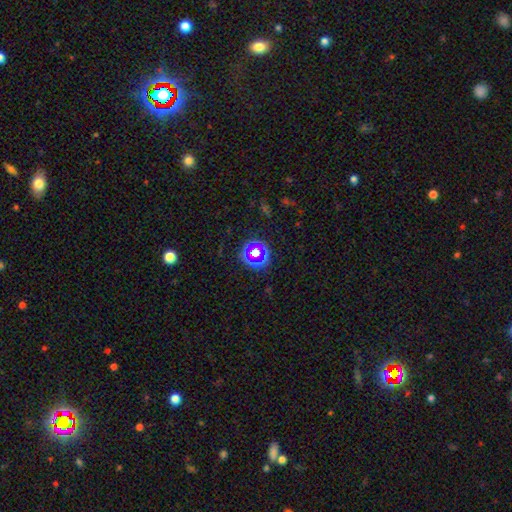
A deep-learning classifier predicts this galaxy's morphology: This is possibly a star or artifact rather than a galaxy (51%).